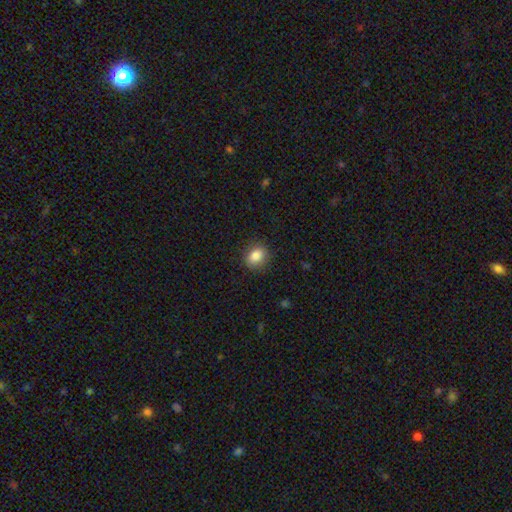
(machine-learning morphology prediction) Overall: smooth (84%). How rounded: round (55%; in between 44%). Merging: none (88%).